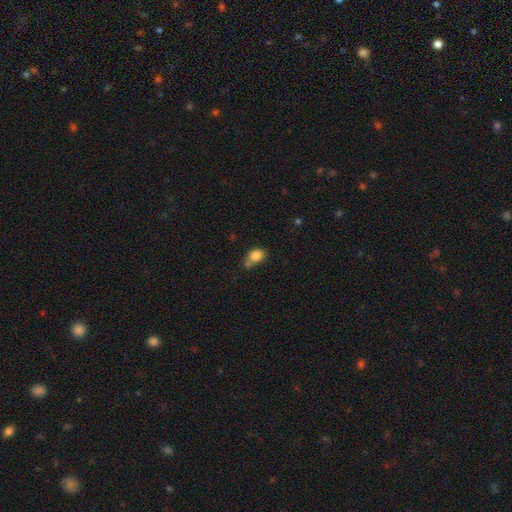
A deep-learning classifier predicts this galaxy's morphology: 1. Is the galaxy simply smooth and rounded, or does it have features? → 82% smooth, 10% star or artifact, 8% featured or disk.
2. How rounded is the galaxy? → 56% in between, 43% round, 1% cigar-shaped.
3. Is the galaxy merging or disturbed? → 45% none, 24% minor disturbance, 22% merger, 8% major disturbance.